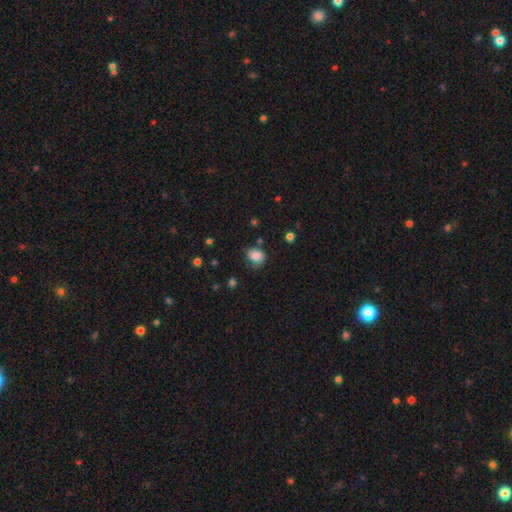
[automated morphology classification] A smooth galaxy with no disk features (72%) that is round (54%). Merging: none (52%).